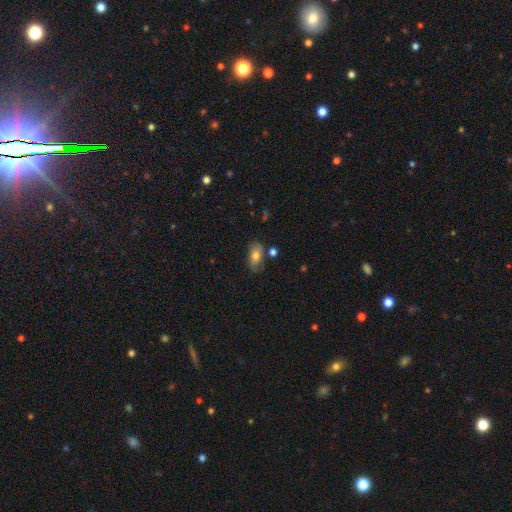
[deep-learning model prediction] Smooth or featured? Predicted: smooth (p=0.75). How rounded? Predicted: in between (p=0.90). Merging? Predicted: none (p=0.71).